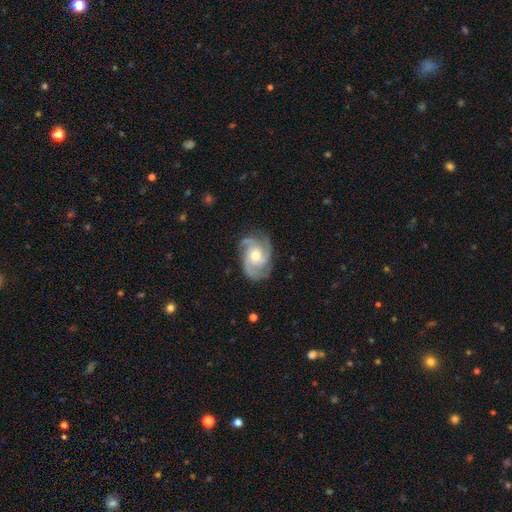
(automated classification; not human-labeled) smooth-or-featured: featured or disk: 88% | smooth: 7% | star or artifact: 5%
  disk-edge-on: no: 98% | yes: 2%
    bar: no: 72% | weak: 23% | strong: 5%
    has-spiral-arms: yes: 97% | no: 3%
      spiral-winding: tight: 49% | medium: 42% | loose: 9%
      spiral-arm-count: 3: 56% | 4: 16% | 2: 12% | can't tell: 9% | more than 4: 4% | 1: 4%
    bulge-size: moderate: 67% | small: 25% | large: 5% | none: 1% | dominant: 1%
  merging: none: 75% | minor disturbance: 18% | major disturbance: 6% | merger: 1%